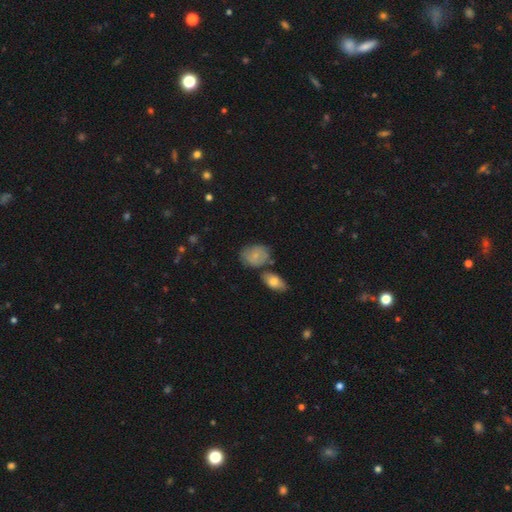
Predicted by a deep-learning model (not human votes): The model was most divided on "how rounded": in between: 65%, round: 33%, cigar-shaped: 2%. More confident: smooth or featured — smooth (70%); merging — none (58%).